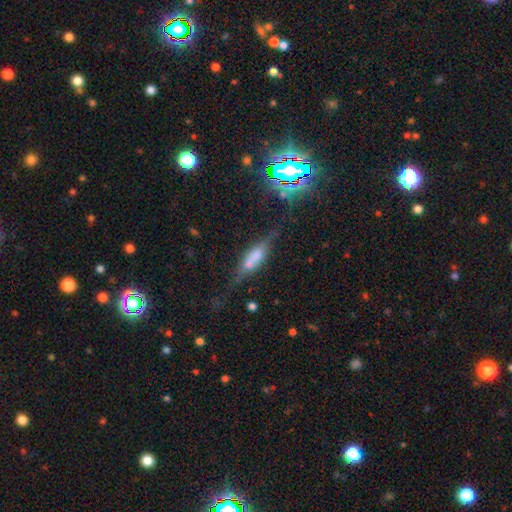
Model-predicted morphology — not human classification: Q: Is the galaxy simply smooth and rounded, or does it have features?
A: featured or disk — 50%.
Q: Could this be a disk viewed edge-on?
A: yes — 82%.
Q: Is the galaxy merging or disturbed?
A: none — 59%.